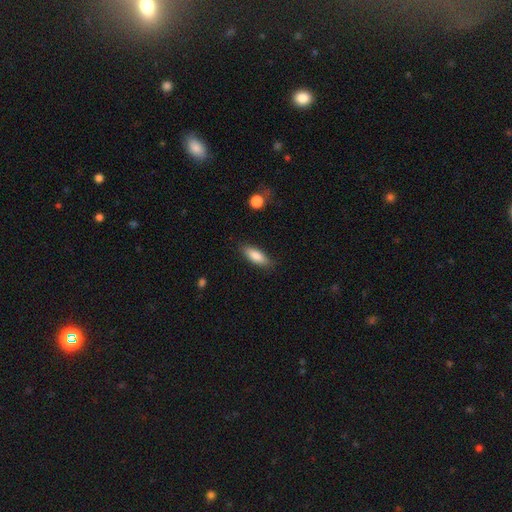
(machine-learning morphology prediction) Overall: smooth (84%). How rounded: in between (66%; cigar-shaped 32%). Merging: none (84%).